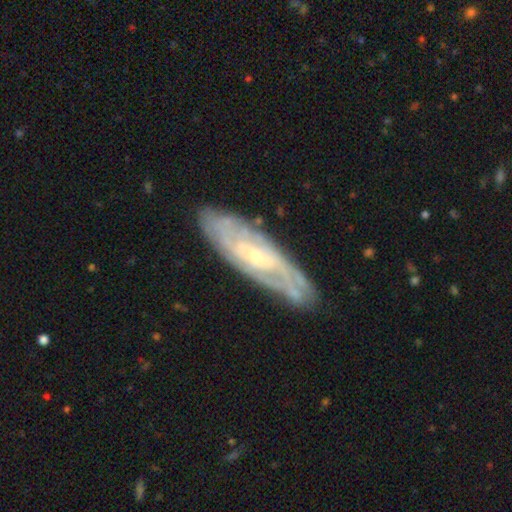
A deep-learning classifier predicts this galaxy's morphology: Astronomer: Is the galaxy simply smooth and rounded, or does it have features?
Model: featured or disk — 80%.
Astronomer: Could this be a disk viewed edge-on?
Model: no — 77%.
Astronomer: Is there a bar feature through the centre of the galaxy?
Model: no — 50% (runner-up: weak, 37%).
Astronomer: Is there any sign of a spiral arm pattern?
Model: yes — 87%.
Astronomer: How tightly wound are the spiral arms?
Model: tight — 65%.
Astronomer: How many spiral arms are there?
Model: can't tell — 54%.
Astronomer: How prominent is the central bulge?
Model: small — 71%.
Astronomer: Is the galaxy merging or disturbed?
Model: none — 80%.